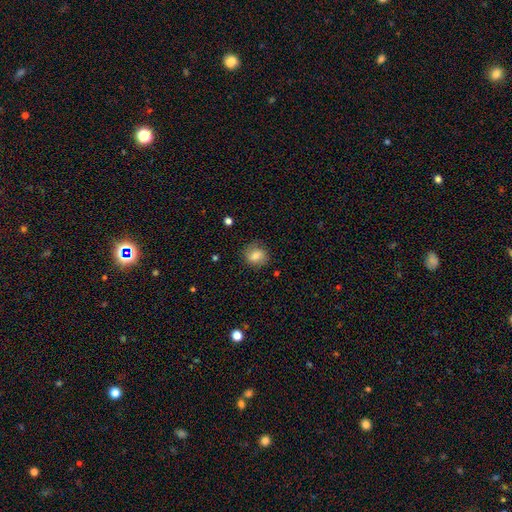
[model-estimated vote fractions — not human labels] smooth-or-featured: smooth: 80% | featured or disk: 10% | star or artifact: 9%
  how-rounded: round: 67% | in between: 32% | cigar-shaped: 1%
  merging: none: 79% | minor disturbance: 15% | major disturbance: 4% | merger: 1%